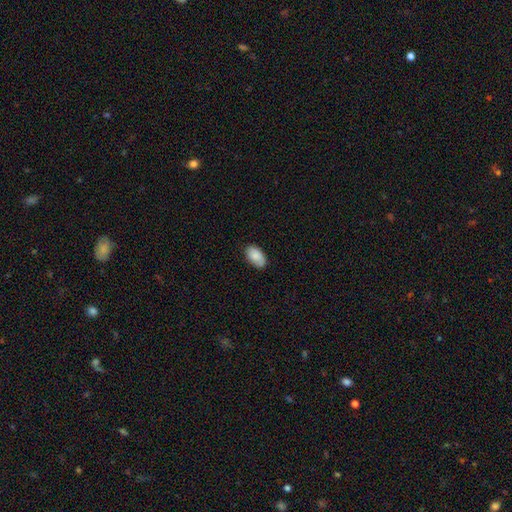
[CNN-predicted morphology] smooth-or-featured: smooth: 85% | featured or disk: 8% | star or artifact: 7%
  how-rounded: in between: 94% | round: 4% | cigar-shaped: 1%
  merging: none: 77% | minor disturbance: 19% | major disturbance: 3% | merger: 1%